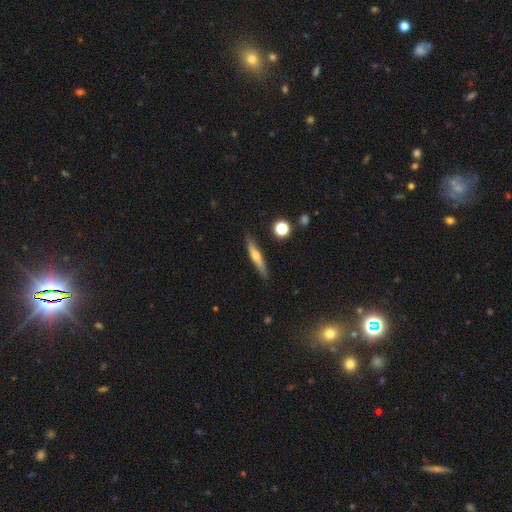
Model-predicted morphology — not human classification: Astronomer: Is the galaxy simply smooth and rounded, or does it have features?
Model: featured or disk — 48% (runner-up: smooth, 45%).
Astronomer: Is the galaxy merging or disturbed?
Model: none — 86%.